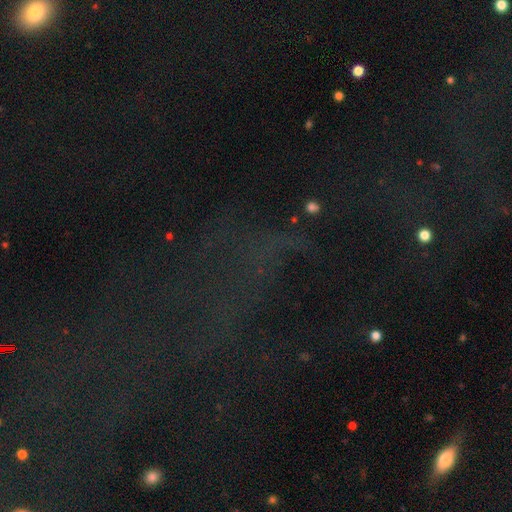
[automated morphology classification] Smooth or featured? Predicted: star or artifact (p=0.68).